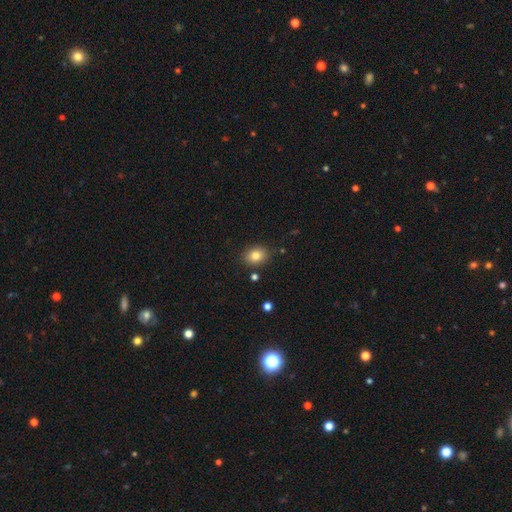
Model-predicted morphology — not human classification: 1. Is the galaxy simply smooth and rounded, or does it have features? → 81% smooth, 10% star or artifact, 8% featured or disk.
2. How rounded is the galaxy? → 60% in between, 39% round, 1% cigar-shaped.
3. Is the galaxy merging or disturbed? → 86% none, 9% minor disturbance, 3% merger, 2% major disturbance.